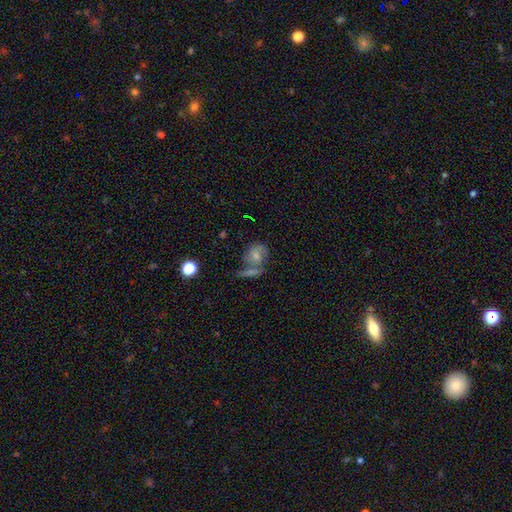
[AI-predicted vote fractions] Smooth or featured?
  - smooth: 53% *
  - featured or disk: 36%
  - star or artifact: 12%
How rounded?
  - in between: 49% *
  - round: 48%
  - cigar-shaped: 3%
Merging?
  - none: 40% *
  - merger: 32%
  - minor disturbance: 17%
  - major disturbance: 11%